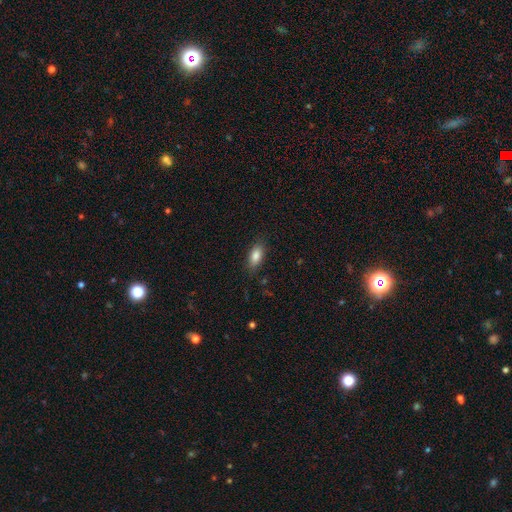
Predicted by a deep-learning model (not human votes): smooth-or-featured: smooth: 84% | featured or disk: 8% | star or artifact: 8%
  how-rounded: in between: 86% | cigar-shaped: 10% | round: 4%
  merging: none: 84% | minor disturbance: 12% | major disturbance: 3% | merger: 1%